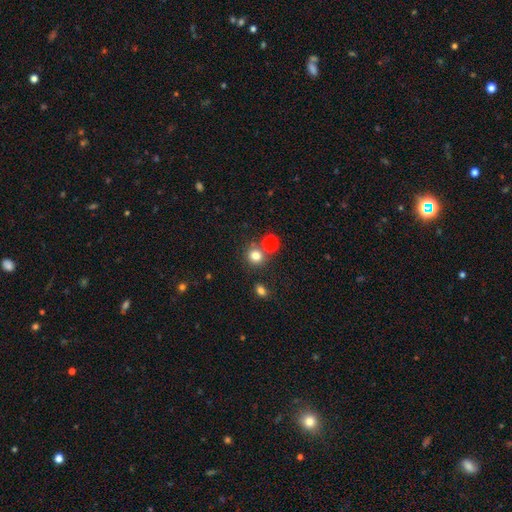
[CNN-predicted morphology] A smooth galaxy with no disk features (79%) that is round (89%).

Vote fractions:
- Smooth or featured? smooth: 79% / star or artifact: 15% / featured or disk: 7%
- How rounded? round: 89% / in between: 10% / cigar-shaped: 1%
- Merging? none: 68% / merger: 20% / minor disturbance: 8% / major disturbance: 4%